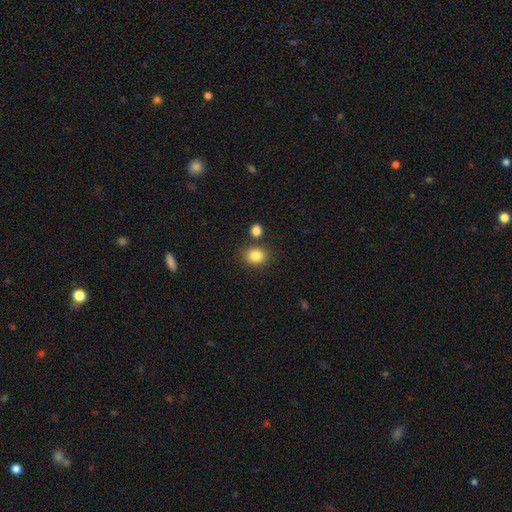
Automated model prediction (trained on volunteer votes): A smooth galaxy with no disk features (85%) that is round (59%). Merging: none (78%).